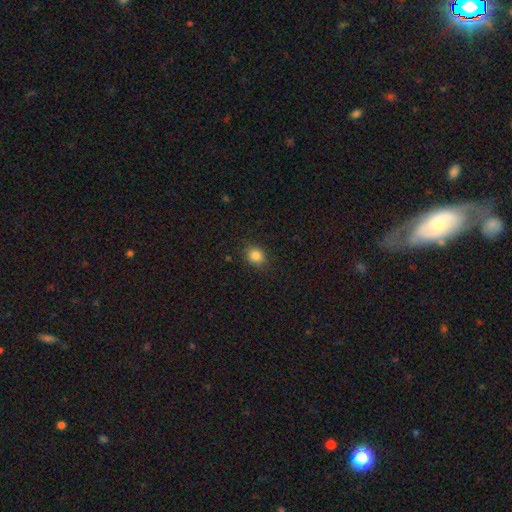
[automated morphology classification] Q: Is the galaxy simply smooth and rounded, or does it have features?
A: smooth — 84%.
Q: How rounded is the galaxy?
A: round — 68%.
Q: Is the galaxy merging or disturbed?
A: none — 88%.